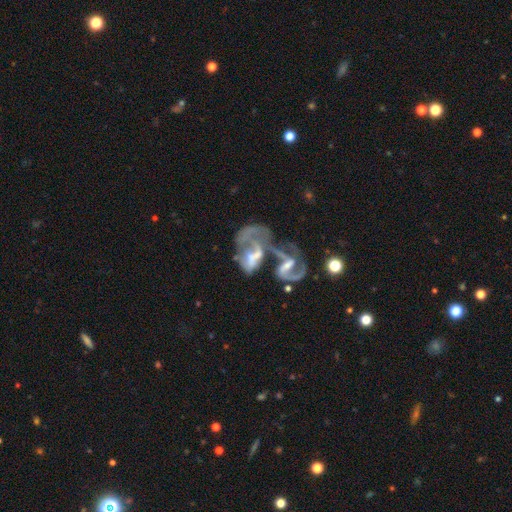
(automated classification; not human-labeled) This is likely a featured or disk galaxy (76%). It is clearly not viewed edge-on (96%). Bar: possibly no (48%). Spiral arm pattern: likely yes (70%). Spiral arm count: possibly 2 (46%). Spiral winding: marginally loose (42%). Central bulge: marginally small (33%). Merging: likely merger (68%).